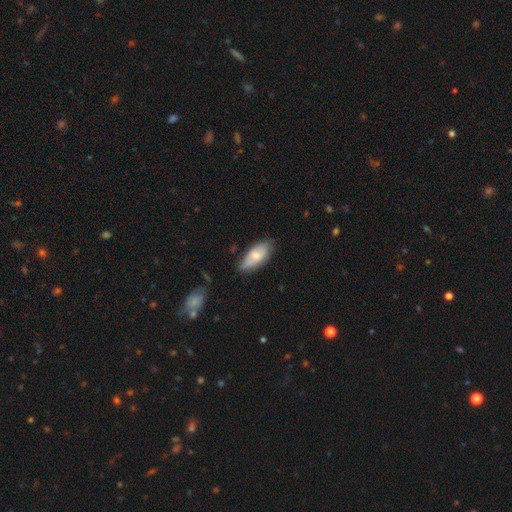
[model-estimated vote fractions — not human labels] smooth-or-featured: smooth: 64% | featured or disk: 29% | star or artifact: 6%
  how-rounded: in between: 87% | cigar-shaped: 11% | round: 2%
  merging: none: 65% | minor disturbance: 28% | major disturbance: 5% | merger: 2%